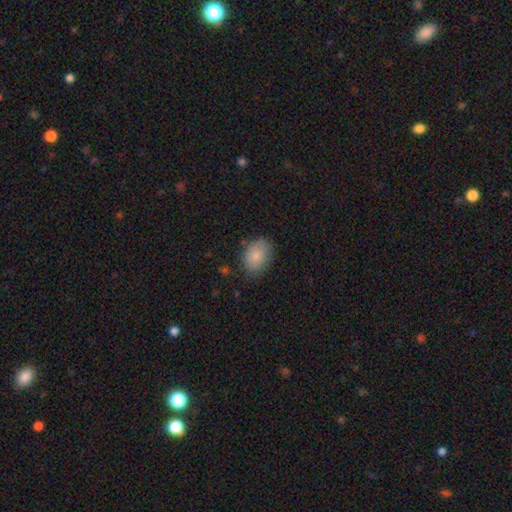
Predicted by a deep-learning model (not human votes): Smooth or featured? smooth (85%)
How rounded? in between (75%)
Merging? none (79%)